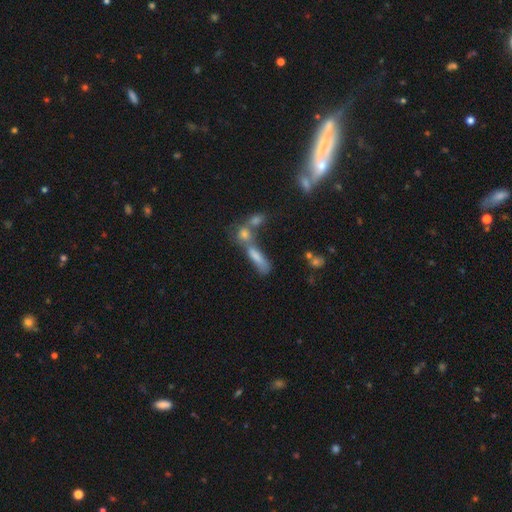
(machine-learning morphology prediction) Smooth or featured? Predicted: smooth (p=0.48). Merging? Predicted: merger (p=0.46).